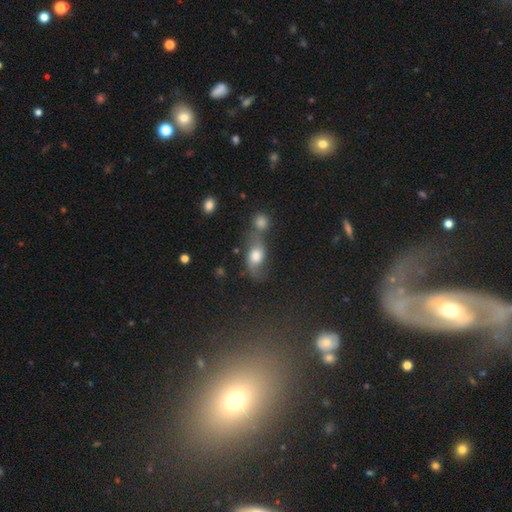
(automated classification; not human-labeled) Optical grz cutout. It shows a smooth galaxy with no disk features (53%) that is in between round and cigar-shaped (70%). Merging: none (37%).